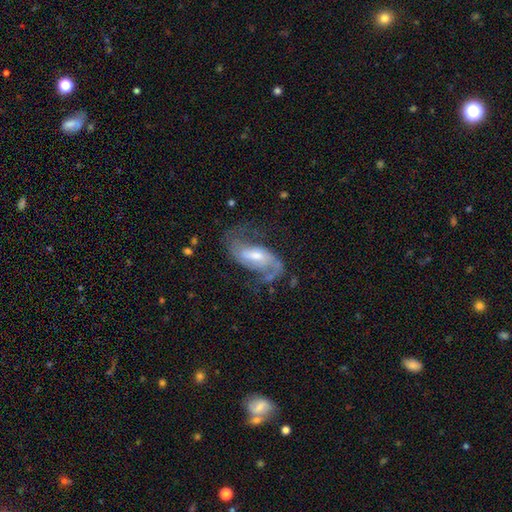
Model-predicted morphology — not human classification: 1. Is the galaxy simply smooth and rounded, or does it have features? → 85% featured or disk, 9% smooth, 6% star or artifact.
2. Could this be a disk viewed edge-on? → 96% no, 4% yes.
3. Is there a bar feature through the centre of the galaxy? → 50% weak, 26% strong, 24% no.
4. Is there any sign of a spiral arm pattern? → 95% yes, 5% no.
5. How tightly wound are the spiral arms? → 45% medium, 41% loose, 14% tight.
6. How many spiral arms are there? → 88% 2, 5% can't tell, 4% 1, 2% 3, 1% 4, 1% more than 4.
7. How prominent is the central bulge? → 50% moderate, 33% small, 10% large, 5% none, 1% dominant.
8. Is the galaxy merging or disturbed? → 61% none, 19% minor disturbance, 18% major disturbance, 3% merger.